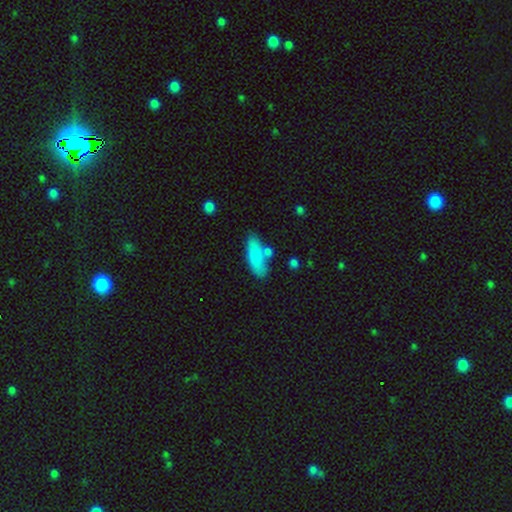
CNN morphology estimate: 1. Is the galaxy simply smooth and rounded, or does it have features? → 82% smooth, 12% featured or disk, 6% star or artifact.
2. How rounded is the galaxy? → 61% in between, 37% cigar-shaped, 2% round.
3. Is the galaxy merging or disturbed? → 65% none, 17% minor disturbance, 12% merger, 5% major disturbance.